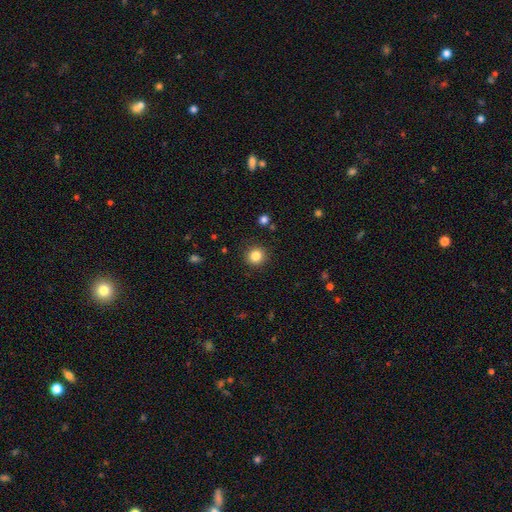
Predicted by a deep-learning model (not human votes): smooth_or_featured: smooth (p=0.84) [alt: star or artifact p=0.11]
how_rounded: round (p=0.92) [alt: in between p=0.07]
merging: none (p=0.90) [alt: minor disturbance p=0.06]